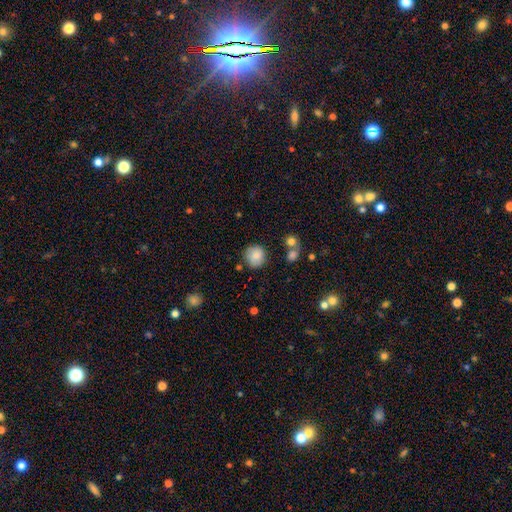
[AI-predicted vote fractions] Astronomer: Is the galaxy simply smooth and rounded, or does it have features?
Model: smooth — 83%.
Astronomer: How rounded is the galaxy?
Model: round — 90%.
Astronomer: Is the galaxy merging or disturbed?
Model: none — 80%.